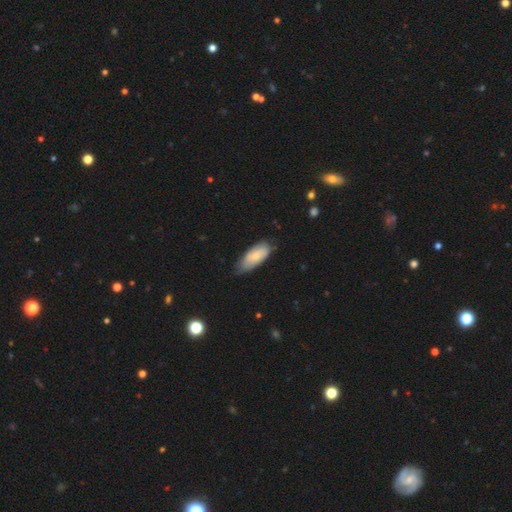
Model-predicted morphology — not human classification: Smooth or featured? smooth (71%)
How rounded? in between (85%)
Merging? none (58%)